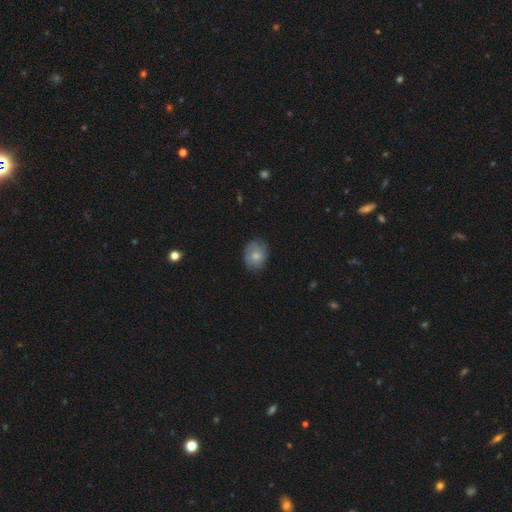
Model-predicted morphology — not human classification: Smooth or featured?
  - smooth: 68% *
  - featured or disk: 25%
  - star or artifact: 8%
How rounded?
  - round: 51% *
  - in between: 48%
  - cigar-shaped: 1%
Merging?
  - none: 75% *
  - minor disturbance: 20%
  - major disturbance: 4%
  - merger: 1%